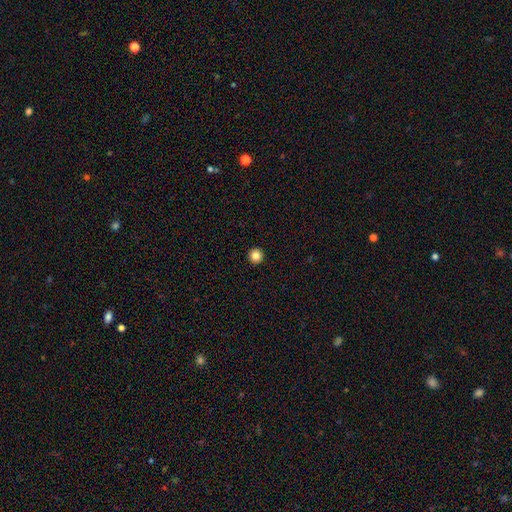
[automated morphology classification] Smooth or featured? Predicted: smooth (p=0.84). How rounded? Predicted: round (p=0.97). Merging? Predicted: none (p=0.94).